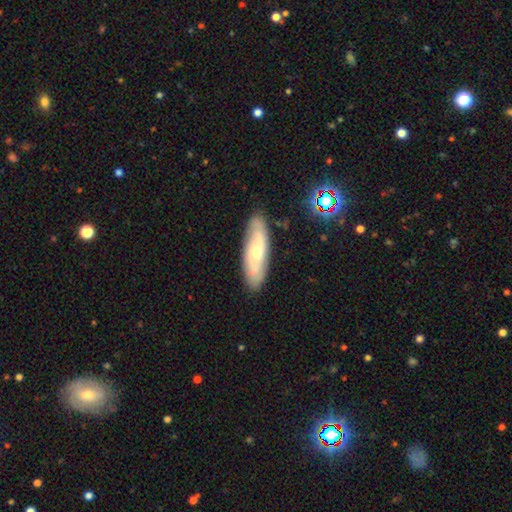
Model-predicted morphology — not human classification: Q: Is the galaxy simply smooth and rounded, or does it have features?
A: featured or disk — 56%.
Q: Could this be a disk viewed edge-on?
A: no — 68%.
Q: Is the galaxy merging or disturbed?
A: none — 85%.